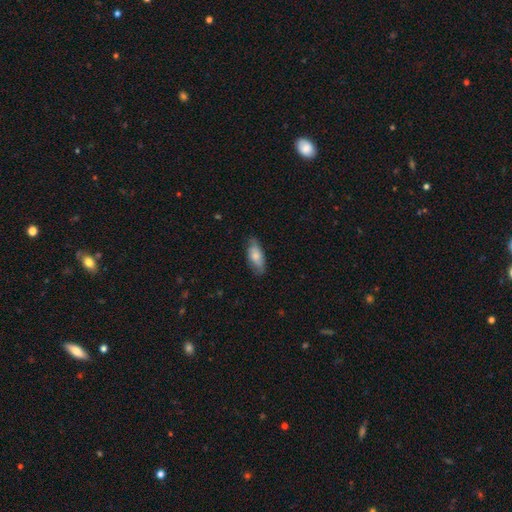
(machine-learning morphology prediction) smooth-or-featured: smooth: 69% | featured or disk: 25% | star or artifact: 6%
  how-rounded: in between: 80% | cigar-shaped: 17% | round: 2%
  merging: none: 72% | minor disturbance: 23% | major disturbance: 4% | merger: 1%